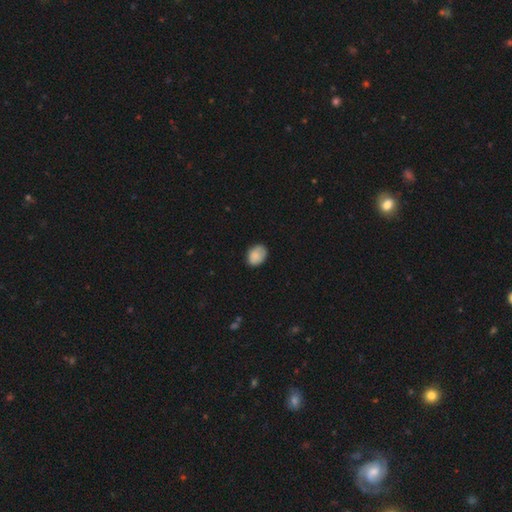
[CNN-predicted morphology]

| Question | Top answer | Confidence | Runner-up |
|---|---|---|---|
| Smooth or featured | smooth | 85% | star or artifact (8%) |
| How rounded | in between | 70% | round (29%) |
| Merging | none | 75% | minor disturbance (20%) |